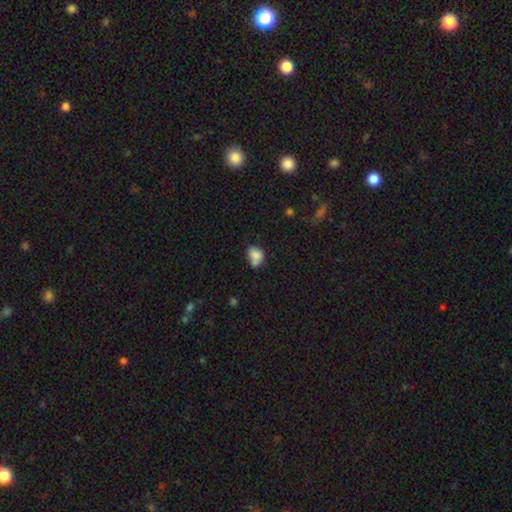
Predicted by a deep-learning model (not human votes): Smooth or featured: smooth — 80% (featured or disk — 11%)
How rounded: in between — 63% (round — 36%)
Merging: none — 39% (merger — 31%)